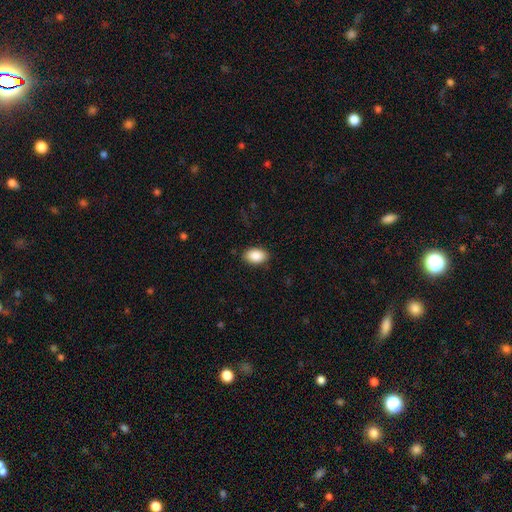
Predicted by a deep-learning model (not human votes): Q: Smooth or featured?
A: smooth (89%); runner-up: star or artifact (7%)
Q: How rounded?
A: in between (90%); runner-up: round (9%)
Q: Merging?
A: none (86%); runner-up: minor disturbance (11%)